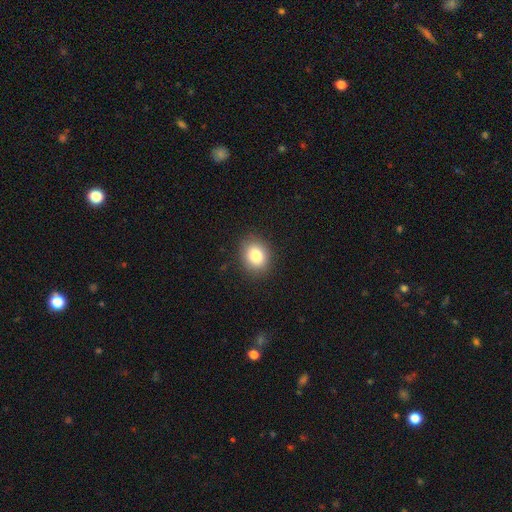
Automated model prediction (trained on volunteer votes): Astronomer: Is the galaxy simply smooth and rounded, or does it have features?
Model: smooth — 83%.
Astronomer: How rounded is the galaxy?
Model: round — 59% (runner-up: in between, 40%).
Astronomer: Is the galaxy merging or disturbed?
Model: none — 88%.